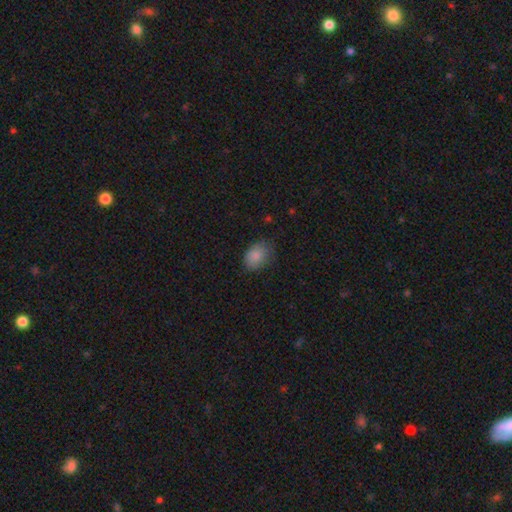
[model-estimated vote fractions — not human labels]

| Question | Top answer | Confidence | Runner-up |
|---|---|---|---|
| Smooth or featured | smooth | 86% | star or artifact (8%) |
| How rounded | in between | 75% | round (24%) |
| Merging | none | 70% | minor disturbance (24%) |